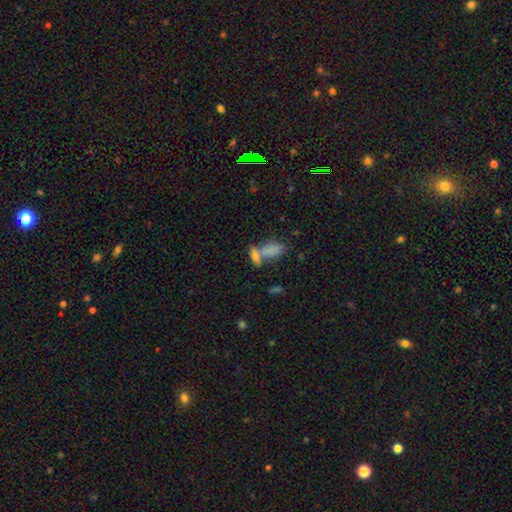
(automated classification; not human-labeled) smooth 64%, star or artifact 21%, featured or disk 16%. Down the decision tree: how rounded — in between (72%); merging — merger (55%).